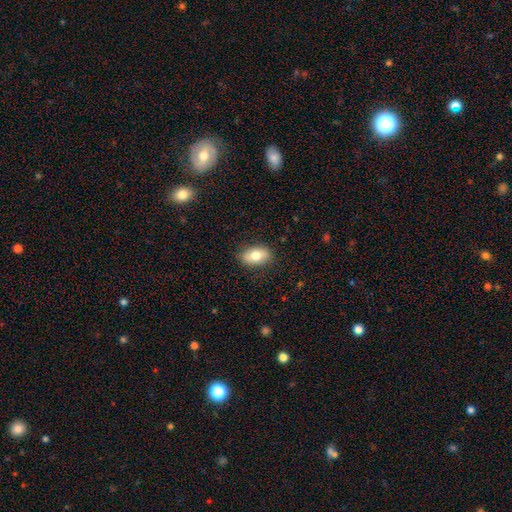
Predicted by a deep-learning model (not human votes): smooth-or-featured: smooth: 76% | featured or disk: 17% | star or artifact: 7%
  how-rounded: in between: 89% | round: 8% | cigar-shaped: 3%
  merging: none: 86% | minor disturbance: 10% | major disturbance: 3% | merger: 1%